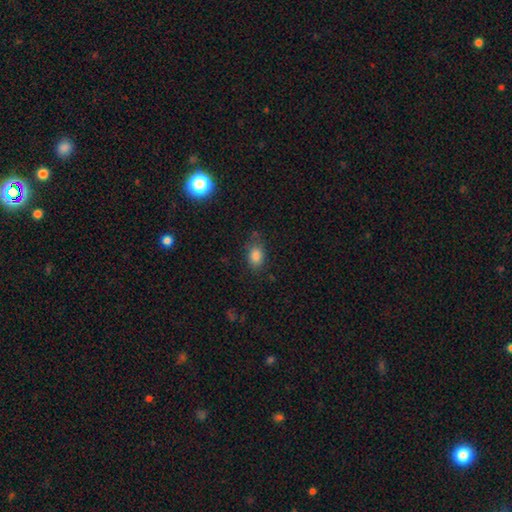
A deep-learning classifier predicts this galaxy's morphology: smooth 83%, star or artifact 11%, featured or disk 6%. Down the decision tree: how rounded — in between (78%); merging — none (69%).